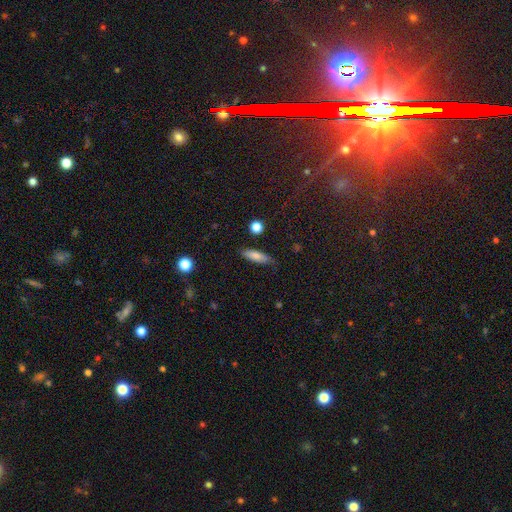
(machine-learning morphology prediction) Overall: smooth (80%). How rounded: cigar-shaped (59%; in between 38%). Merging: none (81%).